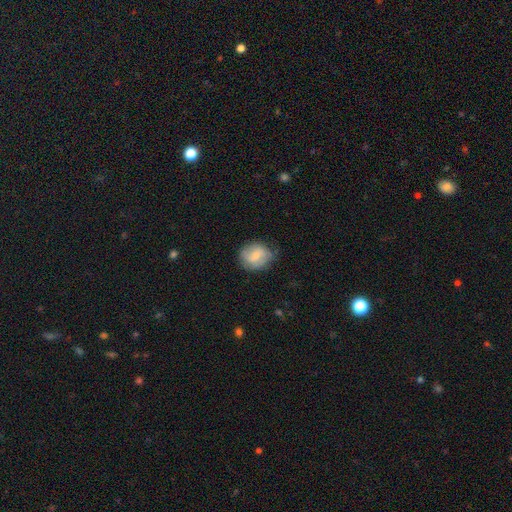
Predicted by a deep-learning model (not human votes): Q: Smooth or featured?
A: smooth (59%); runner-up: featured or disk (34%)
Q: How rounded?
A: round (70%); runner-up: in between (28%)
Q: Merging?
A: none (66%); runner-up: minor disturbance (26%)